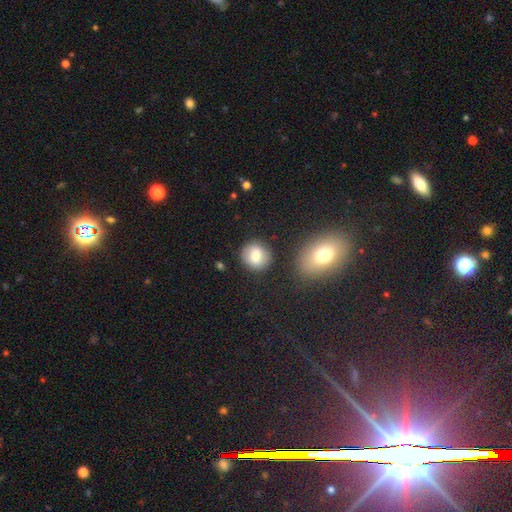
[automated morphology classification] Smooth or featured: smooth — 78% (featured or disk — 13%)
How rounded: round — 84% (in between — 15%)
Merging: none — 82% (minor disturbance — 10%)